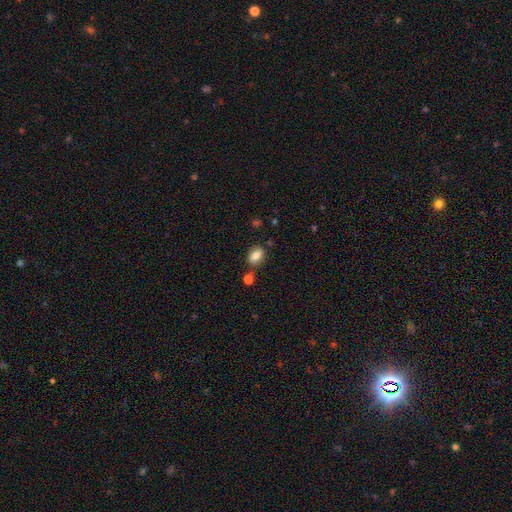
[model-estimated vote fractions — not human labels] smooth-or-featured: smooth: 82% | star or artifact: 9% | featured or disk: 9%
  how-rounded: in between: 86% | round: 11% | cigar-shaped: 3%
  merging: none: 72% | minor disturbance: 15% | merger: 9% | major disturbance: 4%